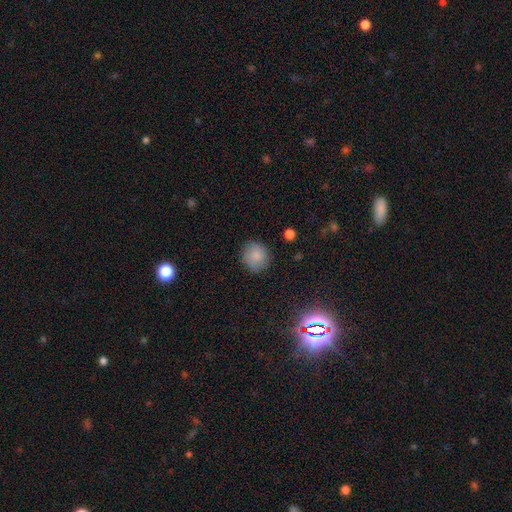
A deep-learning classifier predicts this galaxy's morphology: Smooth or featured? Predicted: smooth (p=0.85). How rounded? Predicted: round (p=0.87). Merging? Predicted: none (p=0.85).